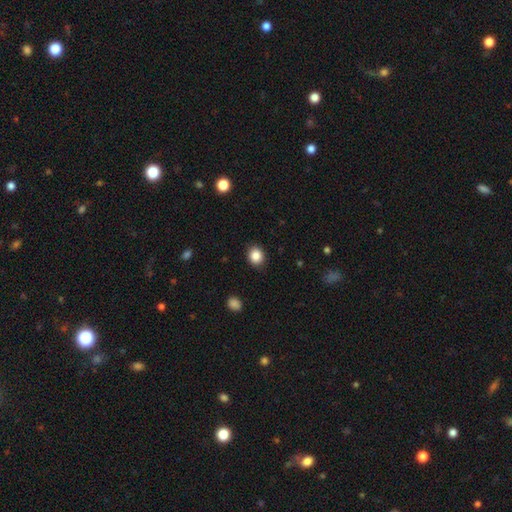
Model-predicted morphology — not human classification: Smooth or featured? smooth (86%)
How rounded? round (71%)
Merging? none (89%)